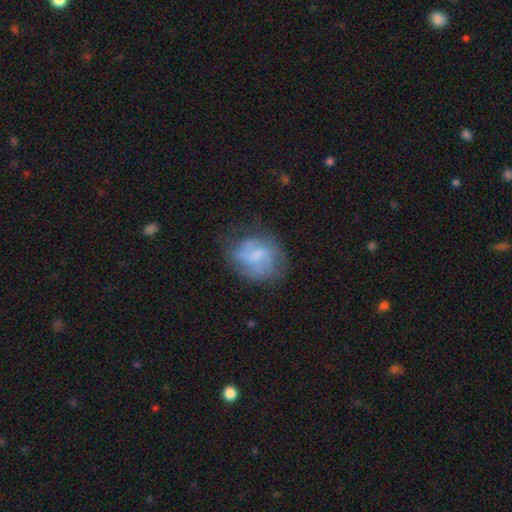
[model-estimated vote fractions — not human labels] Morphology: type=featured or disk (53%); edge-on=no (98%); bar=weak (47%); spiral arms=yes (73%); bulge=small (39%); merging=none (59%).